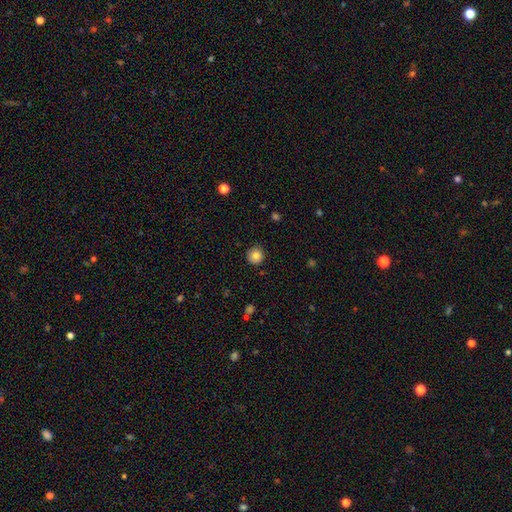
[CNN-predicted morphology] smooth_or_featured: smooth (p=0.83) [alt: star or artifact p=0.10]
how_rounded: round (p=0.94) [alt: in between p=0.05]
merging: none (p=0.89) [alt: minor disturbance p=0.08]